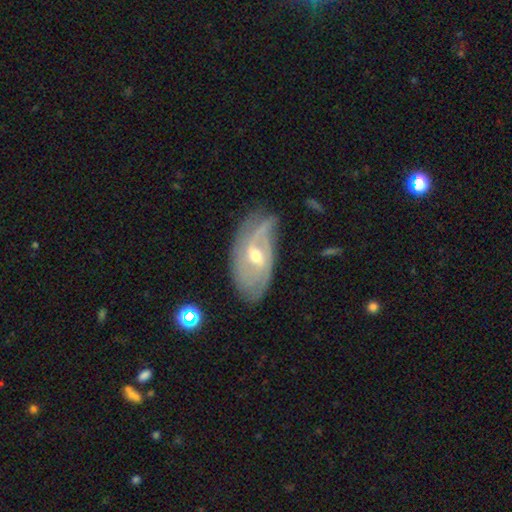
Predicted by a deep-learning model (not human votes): A featured or disk galaxy (81%) with a weak bar (51%), 2 (38%) tight (45%) spiral arms (91%) and a moderate central bulge (59%).

Vote fractions:
- Smooth or featured? featured or disk: 81% / smooth: 14% / star or artifact: 6%
- Edge-on disk? no: 93% / yes: 7%
- Bar? weak: 51% / no: 37% / strong: 13%
- Spiral arms? yes: 91% / no: 9%
- Spiral winding? tight: 45% / medium: 37% / loose: 17%
- Spiral arm count? 2: 38% / can't tell: 32% / 3: 15% / 1: 8% / 4: 4% / more than 4: 3%
- Bulge size? moderate: 59% / small: 37% / large: 2% / none: 1% / dominant: 1%
- Merging? none: 60% / minor disturbance: 27% / major disturbance: 11% / merger: 2%